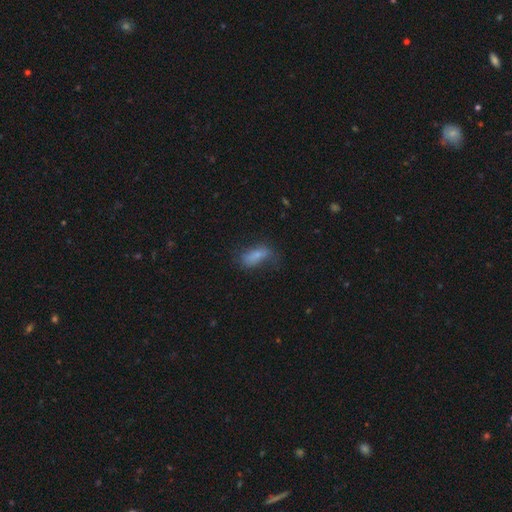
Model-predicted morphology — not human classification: The model was most divided on "merging": none: 47%, minor disturbance: 29%, major disturbance: 20%, merger: 4%. More confident: how rounded — in between (79%); smooth or featured — smooth (69%).